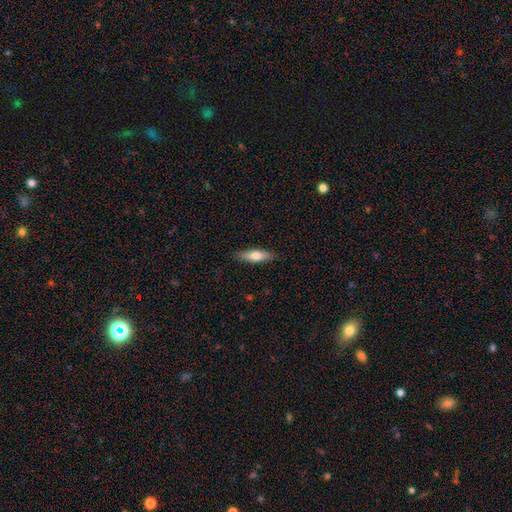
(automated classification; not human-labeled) Morphology: type=smooth (67%); roundness=cigar-shaped (55%); merging=none (87%).